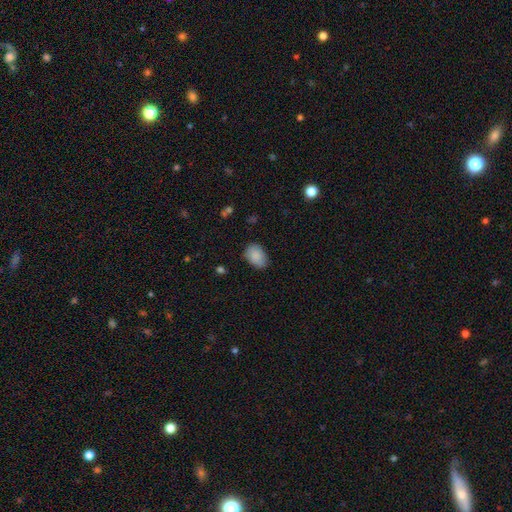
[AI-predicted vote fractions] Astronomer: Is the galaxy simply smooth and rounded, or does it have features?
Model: smooth — 87%.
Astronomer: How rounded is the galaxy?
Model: in between — 82%.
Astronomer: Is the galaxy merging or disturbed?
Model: none — 76%.